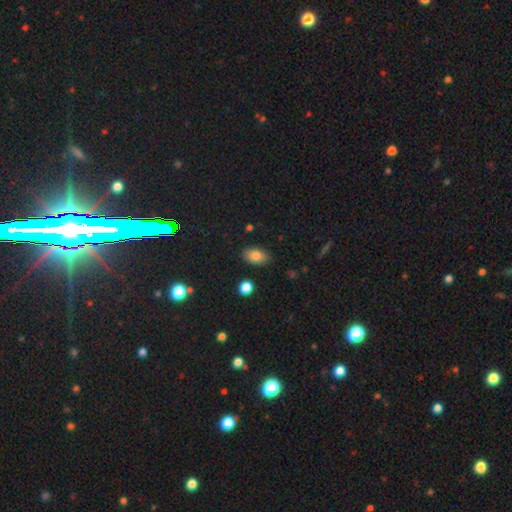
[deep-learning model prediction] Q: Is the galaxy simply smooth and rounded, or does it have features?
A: smooth — 82%.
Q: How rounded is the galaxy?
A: in between — 91%.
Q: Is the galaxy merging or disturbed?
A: none — 84%.